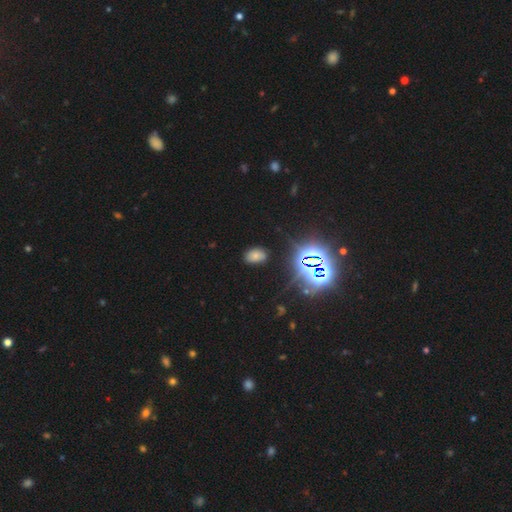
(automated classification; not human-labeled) smooth_or_featured: smooth (p=0.58) [alt: star or artifact p=0.32]
how_rounded: in between (p=0.86) [alt: round p=0.12]
merging: none (p=0.82) [alt: minor disturbance p=0.13]